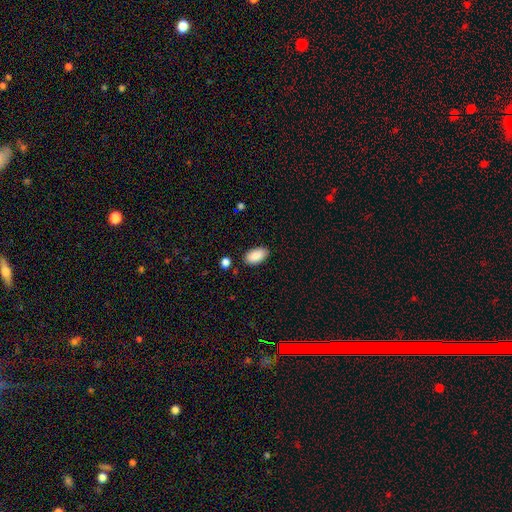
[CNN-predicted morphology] A smooth galaxy with no disk features (90%) that is in between round and cigar-shaped (95%).

Vote fractions:
- Smooth or featured? smooth: 90% / star or artifact: 7% / featured or disk: 4%
- How rounded? in between: 95% / round: 3% / cigar-shaped: 2%
- Merging? none: 84% / minor disturbance: 11% / merger: 3% / major disturbance: 2%